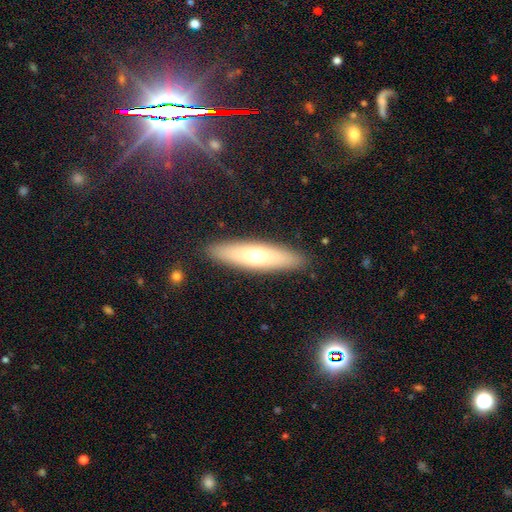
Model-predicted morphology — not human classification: A smooth galaxy with no disk features (59%) that is cigar-shaped (72%).

Vote fractions:
- Smooth or featured? smooth: 59% / featured or disk: 35% / star or artifact: 6%
- How rounded? cigar-shaped: 72% / in between: 26% / round: 2%
- Merging? none: 90% / minor disturbance: 7% / major disturbance: 2% / merger: 1%